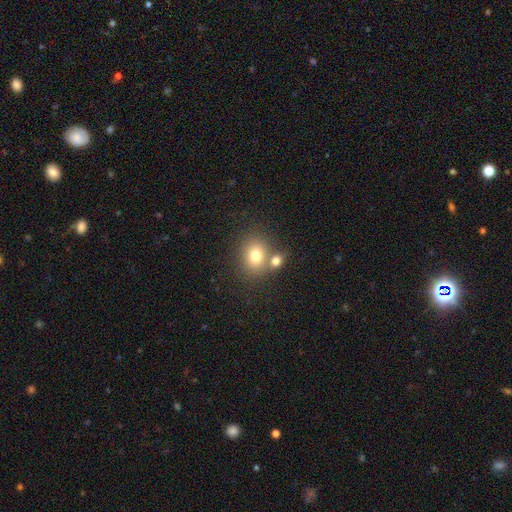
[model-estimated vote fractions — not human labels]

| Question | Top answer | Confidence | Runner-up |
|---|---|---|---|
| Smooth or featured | smooth | 76% | star or artifact (12%) |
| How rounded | round | 58% | in between (41%) |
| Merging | none | 58% | merger (29%) |